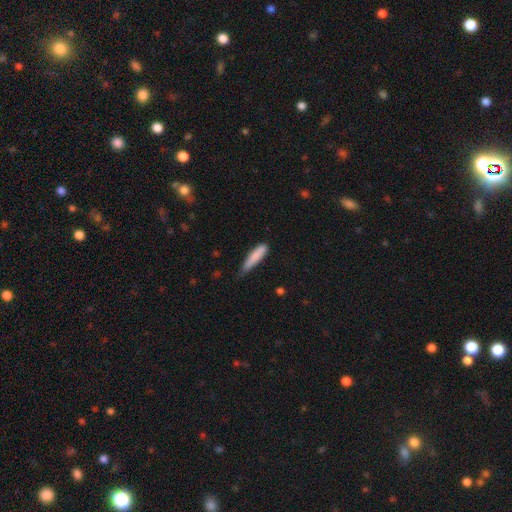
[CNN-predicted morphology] A smooth galaxy with no disk features (84%) that is cigar-shaped (81%).

Vote fractions:
- Smooth or featured? smooth: 84% / featured or disk: 11% / star or artifact: 6%
- How rounded? cigar-shaped: 81% / in between: 18% / round: 1%
- Merging? none: 52% / minor disturbance: 40% / major disturbance: 6% / merger: 2%